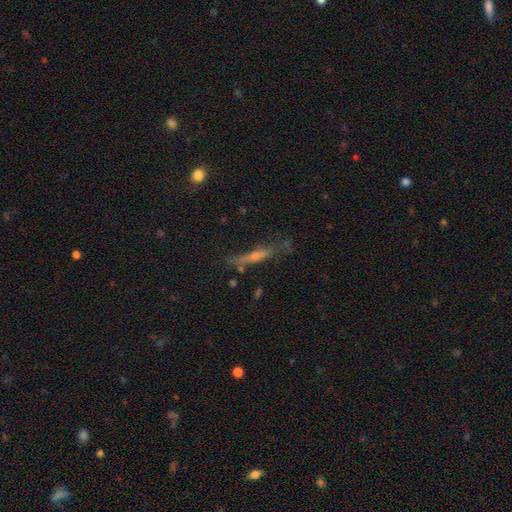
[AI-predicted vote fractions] A featured or disk galaxy (51%) viewed edge-on (85%).

Vote fractions:
- Smooth or featured? featured or disk: 51% / smooth: 36% / star or artifact: 14%
- Edge-on disk? yes: 85% / no: 15%
- Merging? none: 69% / minor disturbance: 19% / major disturbance: 8% / merger: 5%